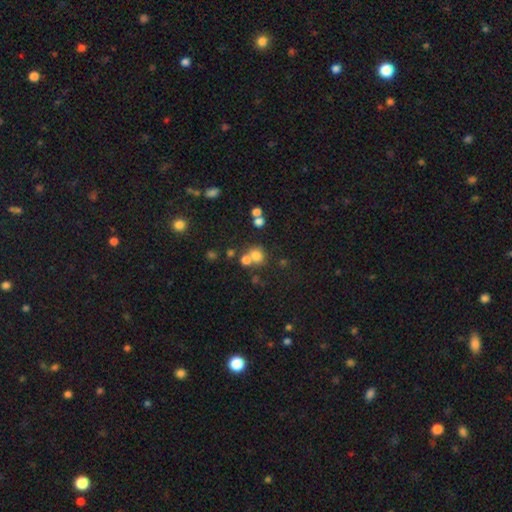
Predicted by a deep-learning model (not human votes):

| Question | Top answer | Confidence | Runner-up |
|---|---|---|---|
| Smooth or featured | smooth | 73% | star or artifact (17%) |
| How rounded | round | 70% | in between (29%) |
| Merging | none | 52% | merger (33%) |